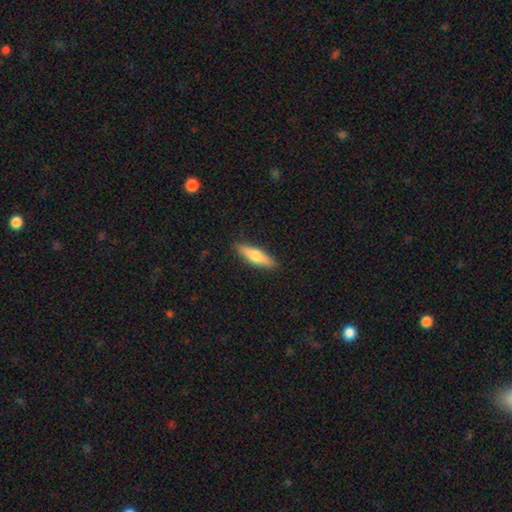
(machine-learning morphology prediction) type=smooth (58%); roundness=cigar-shaped (67%); merging=none (90%).